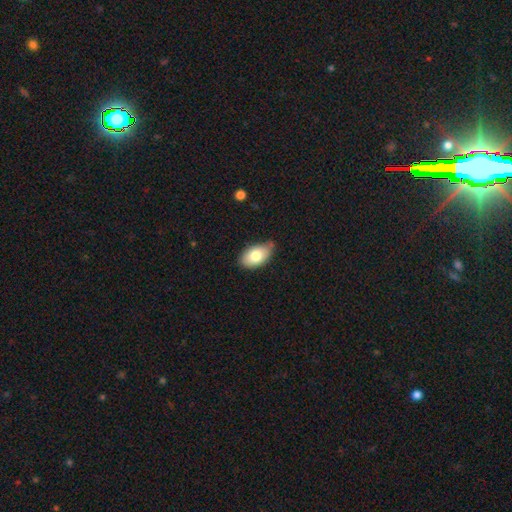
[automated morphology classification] smooth_or_featured: smooth (p=0.78) [alt: featured or disk p=0.14]
how_rounded: in between (p=0.92) [alt: round p=0.06]
merging: none (p=0.67) [alt: minor disturbance p=0.27]